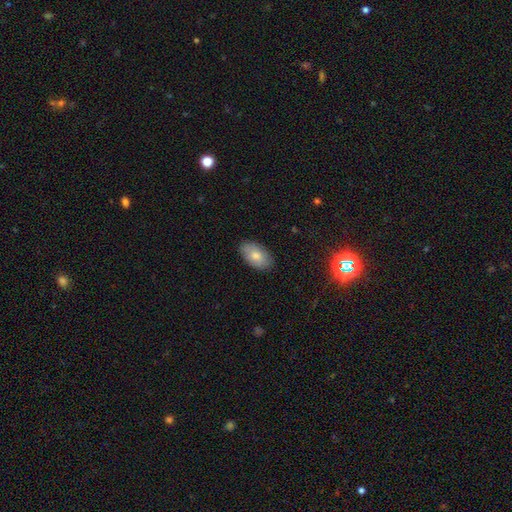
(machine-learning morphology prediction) This appears to be a smooth galaxy with no disk features (79%) that is in between round and cigar-shaped (93%). Merging: none (85%).